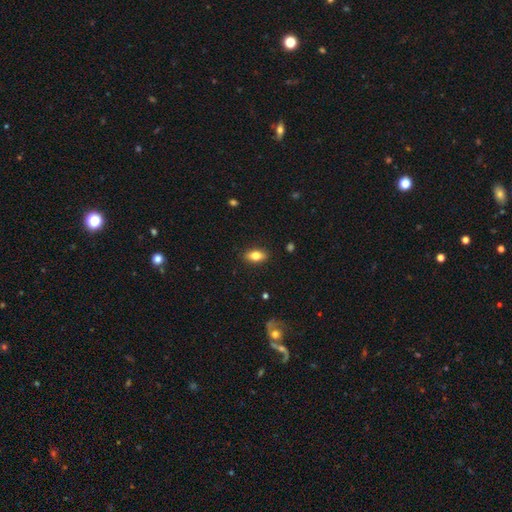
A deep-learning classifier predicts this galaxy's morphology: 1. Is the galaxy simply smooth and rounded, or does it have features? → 75% smooth, 17% featured or disk, 8% star or artifact.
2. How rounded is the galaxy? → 85% in between, 9% cigar-shaped, 7% round.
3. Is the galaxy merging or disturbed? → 89% none, 8% minor disturbance, 2% major disturbance, 1% merger.